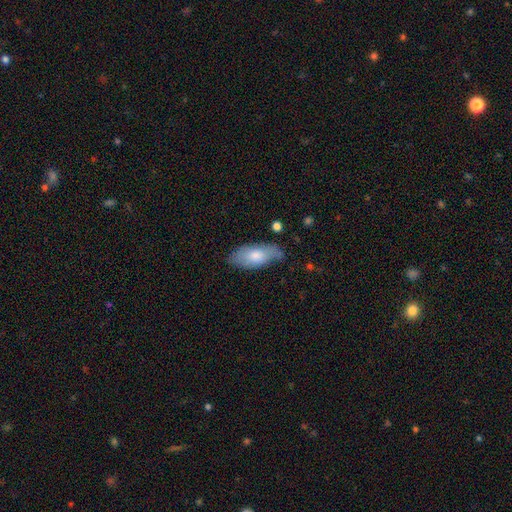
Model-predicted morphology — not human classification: Smooth or featured? smooth (74%)
How rounded? in between (87%)
Merging? none (64%)